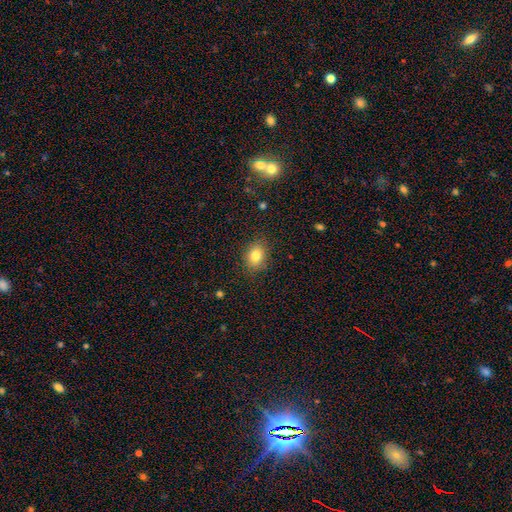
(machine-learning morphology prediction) smooth_or_featured: smooth (p=0.81) [alt: star or artifact p=0.11]
how_rounded: in between (p=0.60) [alt: round p=0.39]
merging: none (p=0.86) [alt: minor disturbance p=0.11]